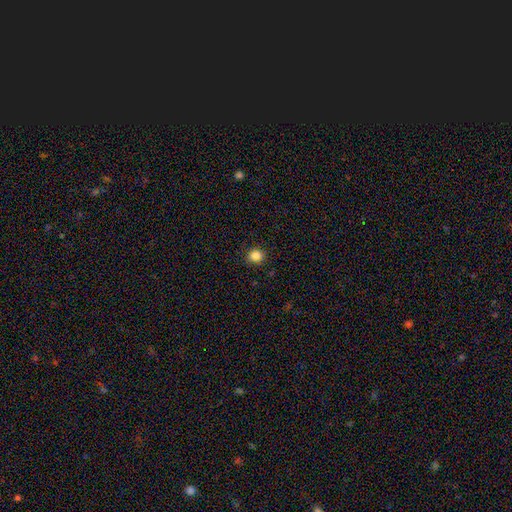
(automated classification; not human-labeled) A smooth galaxy with no disk features (85%) that is round (87%). Merging: none (91%).